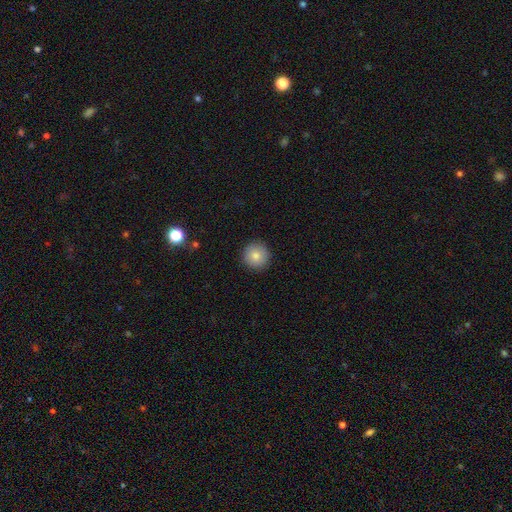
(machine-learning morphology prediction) smooth-or-featured: smooth: 82% | star or artifact: 10% | featured or disk: 9%
  how-rounded: round: 96% | in between: 3% | cigar-shaped: 1%
  merging: none: 92% | minor disturbance: 5% | major disturbance: 2% | merger: 1%